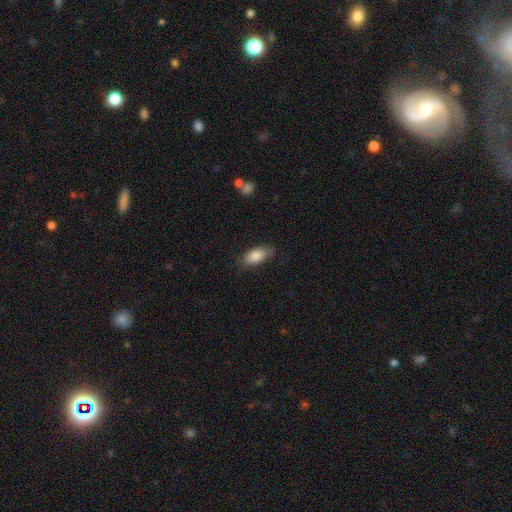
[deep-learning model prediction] Morphology: type=smooth (84%); roundness=in between (84%); merging=none (78%).